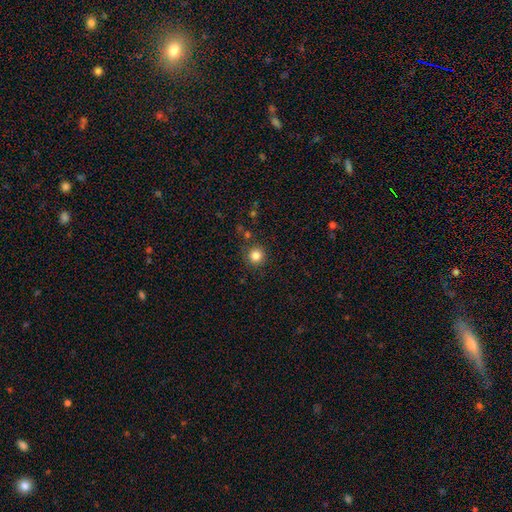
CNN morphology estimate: Smooth or featured? smooth (84%)
How rounded? round (95%)
Merging? none (86%)